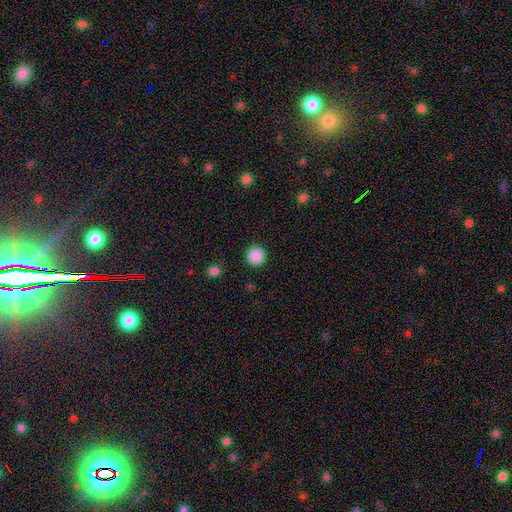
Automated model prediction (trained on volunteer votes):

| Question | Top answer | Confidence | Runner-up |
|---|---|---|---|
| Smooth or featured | smooth | 88% | star or artifact (10%) |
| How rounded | round | 96% | in between (3%) |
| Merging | none | 92% | minor disturbance (5%) |